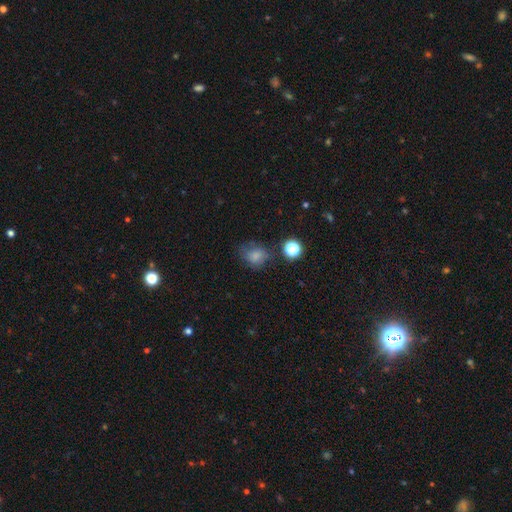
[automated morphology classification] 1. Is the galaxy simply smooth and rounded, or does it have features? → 74% smooth, 15% star or artifact, 11% featured or disk.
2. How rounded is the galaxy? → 56% round, 43% in between, 1% cigar-shaped.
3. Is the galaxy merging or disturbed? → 54% none, 27% minor disturbance, 13% major disturbance, 5% merger.